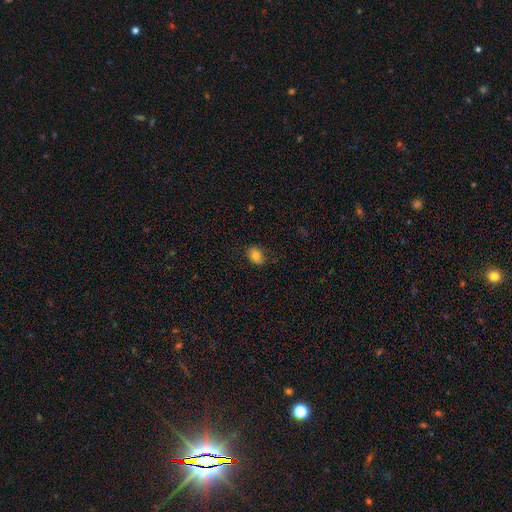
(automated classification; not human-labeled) A smooth galaxy with no disk features (80%) that is in between round and cigar-shaped (68%).

Vote fractions:
- Smooth or featured? smooth: 80% / star or artifact: 10% / featured or disk: 10%
- How rounded? in between: 68% / round: 31% / cigar-shaped: 1%
- Merging? none: 80% / minor disturbance: 16% / major disturbance: 3% / merger: 1%